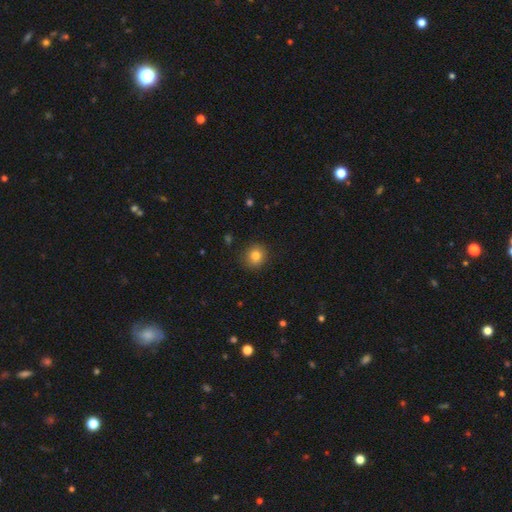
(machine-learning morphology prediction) Smooth or featured? smooth (82%)
How rounded? round (86%)
Merging? none (89%)